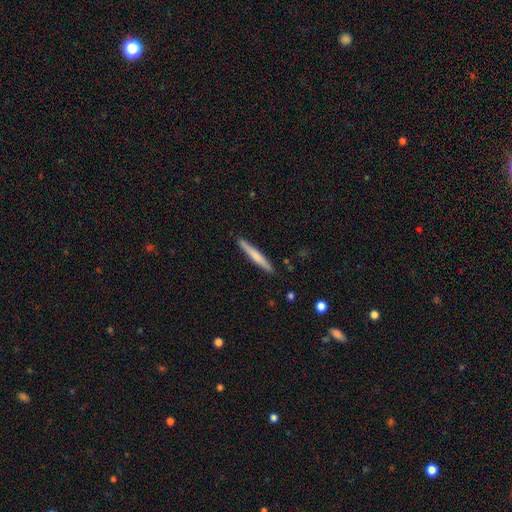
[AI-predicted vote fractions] Q: Smooth or featured?
A: smooth (64%); runner-up: featured or disk (31%)
Q: How rounded?
A: cigar-shaped (96%); runner-up: in between (3%)
Q: Merging?
A: none (90%); runner-up: minor disturbance (8%)